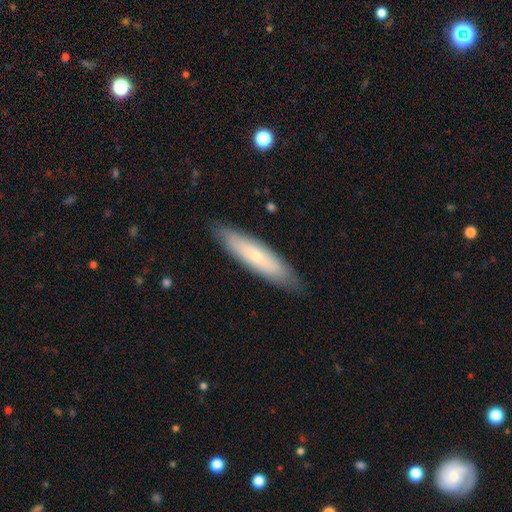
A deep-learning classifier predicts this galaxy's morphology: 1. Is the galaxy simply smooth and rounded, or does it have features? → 55% smooth, 39% featured or disk, 6% star or artifact.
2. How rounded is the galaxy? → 75% cigar-shaped, 24% in between, 2% round.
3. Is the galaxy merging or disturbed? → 85% none, 12% minor disturbance, 2% major disturbance, 1% merger.